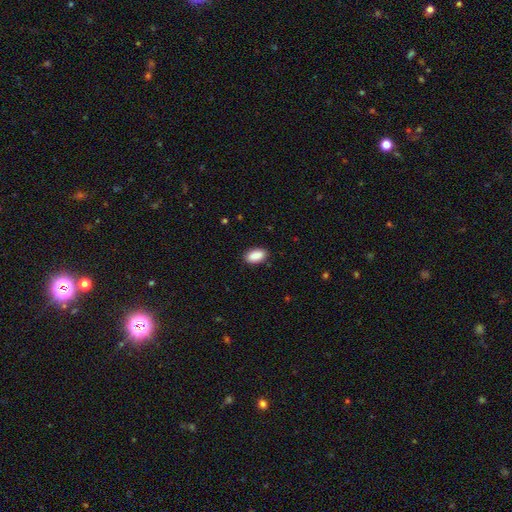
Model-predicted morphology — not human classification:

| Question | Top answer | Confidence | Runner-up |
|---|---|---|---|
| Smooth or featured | smooth | 90% | star or artifact (7%) |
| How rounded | in between | 93% | round (4%) |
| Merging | none | 88% | minor disturbance (9%) |